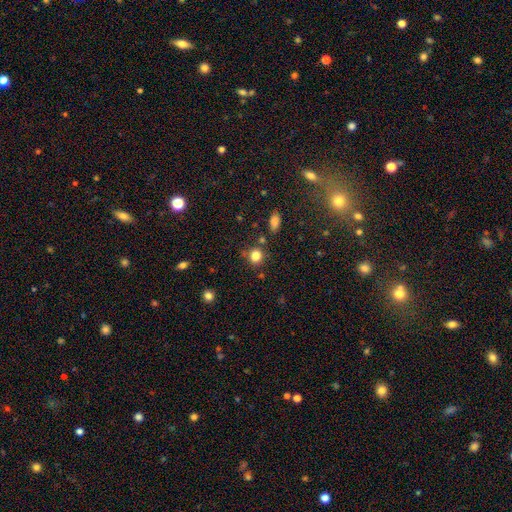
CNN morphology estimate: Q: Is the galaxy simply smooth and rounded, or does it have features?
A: smooth — 83%.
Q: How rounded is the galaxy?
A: round — 80%.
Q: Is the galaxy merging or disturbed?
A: none — 75%.